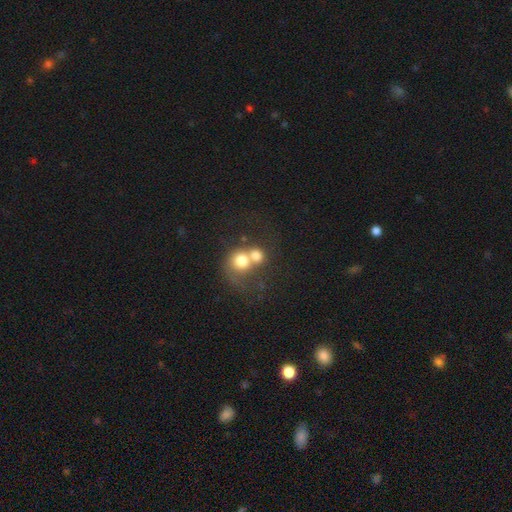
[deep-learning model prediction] This appears to be a smooth galaxy with no disk features (71%) that is round (75%). Merging: merger (69%).